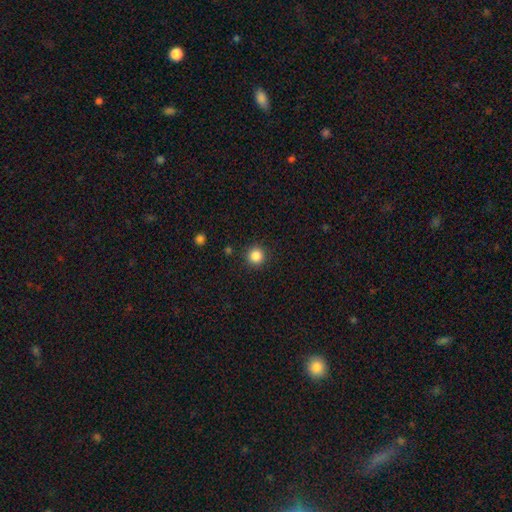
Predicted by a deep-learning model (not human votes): smooth_or_featured: smooth (p=0.86) [alt: star or artifact p=0.11]
how_rounded: round (p=0.95) [alt: in between p=0.04]
merging: none (p=0.91) [alt: minor disturbance p=0.06]